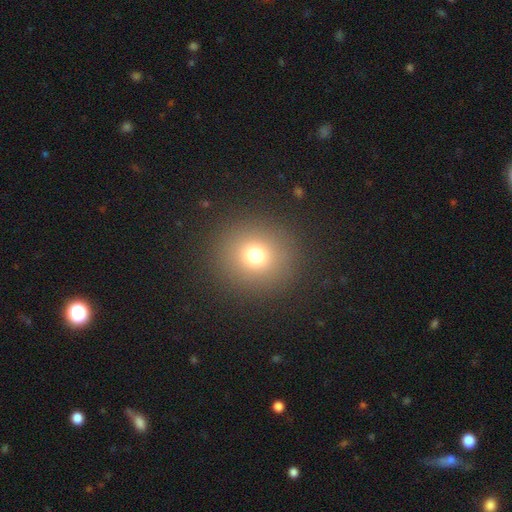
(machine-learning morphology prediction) Smooth or featured?
  - smooth: 73% *
  - star or artifact: 17%
  - featured or disk: 10%
How rounded?
  - round: 92% *
  - in between: 7%
  - cigar-shaped: 1%
Merging?
  - none: 90% *
  - minor disturbance: 6%
  - major disturbance: 3%
  - merger: 1%